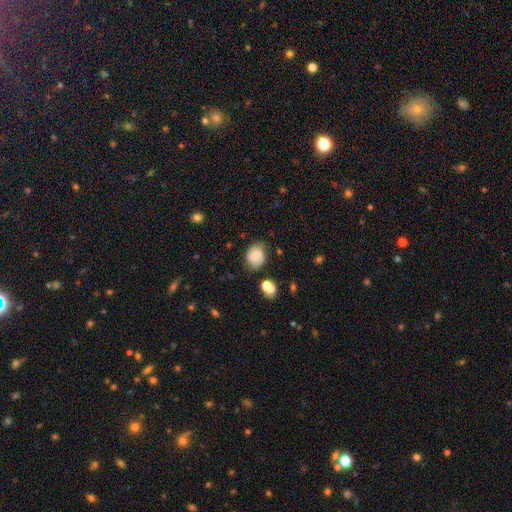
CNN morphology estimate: The model was most divided on "how rounded": round: 54%, in between: 45%, cigar-shaped: 1%. More confident: merging — none (68%); smooth or featured — smooth (53%).